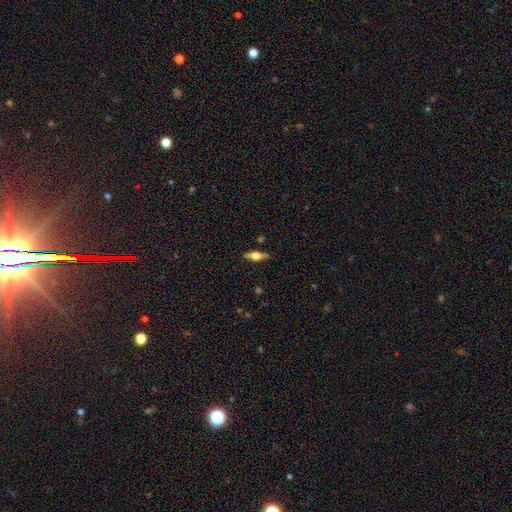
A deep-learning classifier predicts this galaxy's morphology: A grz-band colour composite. It shows a featured or disk galaxy (59%) viewed edge-on (94%) with a rounded central bulge (92%). Merging: none (87%).